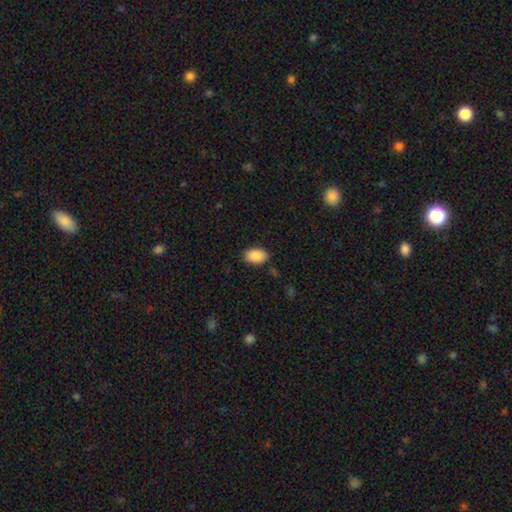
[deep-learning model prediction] smooth 90%, star or artifact 7%, featured or disk 3%. Down the decision tree: how rounded — in between (88%); merging — none (85%).